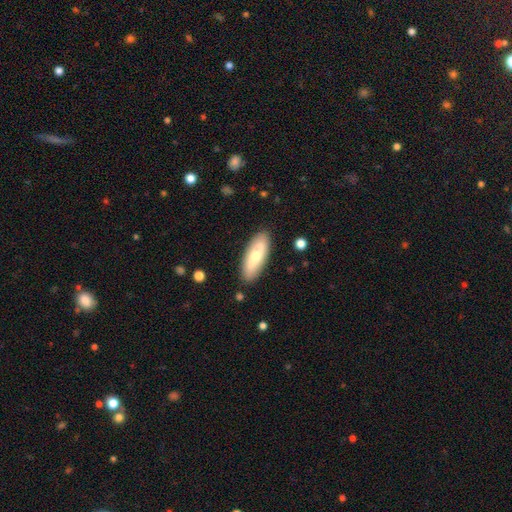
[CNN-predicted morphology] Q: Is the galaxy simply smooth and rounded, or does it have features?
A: smooth — 64%.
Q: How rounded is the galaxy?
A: in between — 64%.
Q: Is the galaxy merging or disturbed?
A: none — 87%.